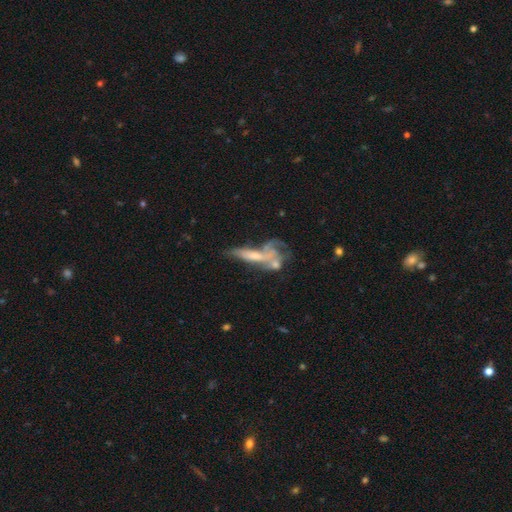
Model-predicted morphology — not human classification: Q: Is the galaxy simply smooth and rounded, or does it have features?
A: featured or disk — 59%.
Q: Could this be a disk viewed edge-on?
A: no — 64%.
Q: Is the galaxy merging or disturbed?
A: merger — 43%.